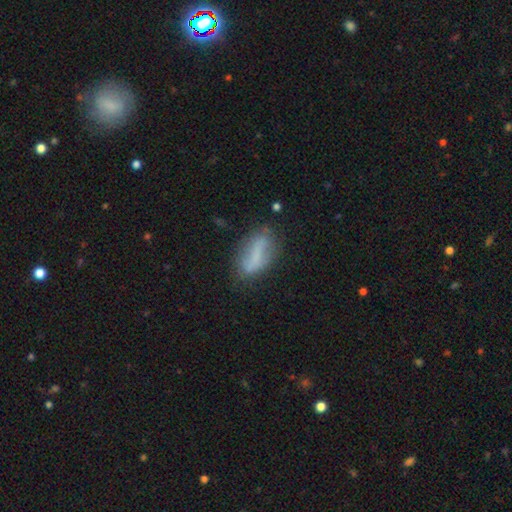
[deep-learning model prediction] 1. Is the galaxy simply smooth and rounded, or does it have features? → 60% smooth, 31% featured or disk, 9% star or artifact.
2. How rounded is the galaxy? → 76% in between, 20% cigar-shaped, 4% round.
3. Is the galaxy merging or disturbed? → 63% none, 23% minor disturbance, 8% major disturbance, 5% merger.